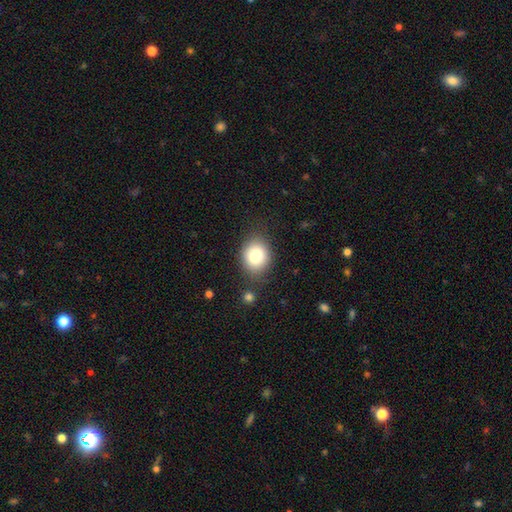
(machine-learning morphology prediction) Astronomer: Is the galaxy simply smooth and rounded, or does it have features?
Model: smooth — 81%.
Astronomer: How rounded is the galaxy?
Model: round — 59% (runner-up: in between, 40%).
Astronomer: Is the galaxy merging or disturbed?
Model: none — 80%.